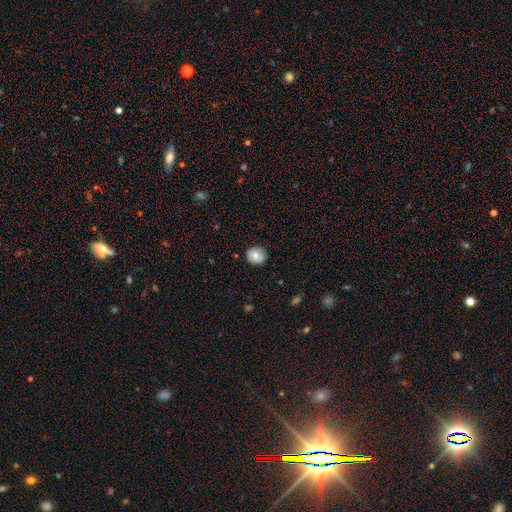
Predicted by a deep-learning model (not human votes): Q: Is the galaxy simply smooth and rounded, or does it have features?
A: smooth — 72%.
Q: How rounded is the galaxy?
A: round — 81%.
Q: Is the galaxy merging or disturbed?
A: none — 84%.